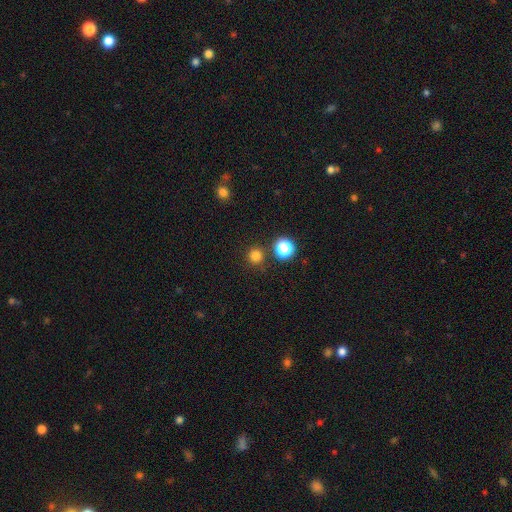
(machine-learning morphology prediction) Smooth or featured?
  - smooth: 78% *
  - star or artifact: 18%
  - featured or disk: 4%
How rounded?
  - round: 95% *
  - in between: 4%
  - cigar-shaped: 1%
Merging?
  - none: 86% *
  - minor disturbance: 6%
  - merger: 5%
  - major disturbance: 2%